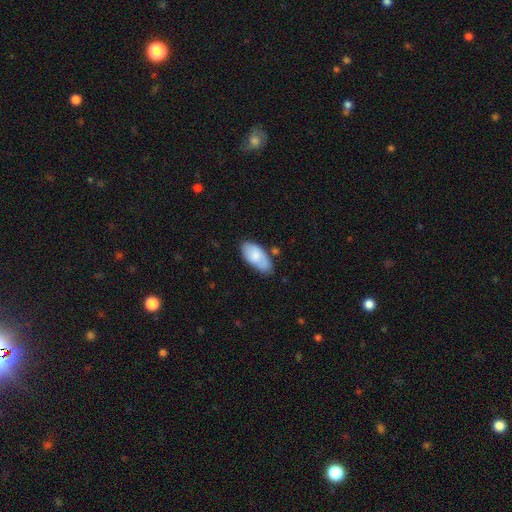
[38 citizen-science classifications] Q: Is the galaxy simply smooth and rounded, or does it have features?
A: smooth — 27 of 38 (71%).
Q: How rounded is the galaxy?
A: in between — 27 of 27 (100%).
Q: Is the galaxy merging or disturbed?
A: minor disturbance — 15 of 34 (44%).